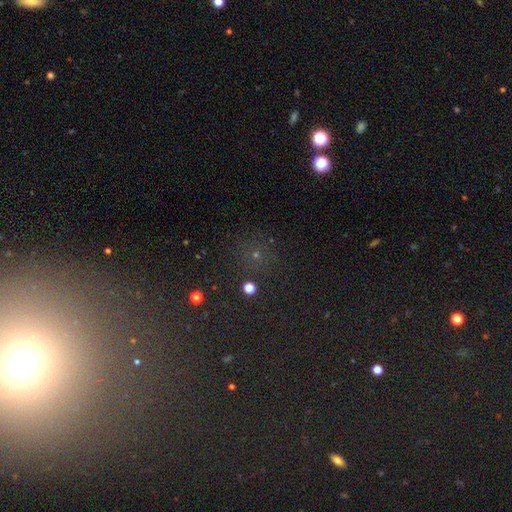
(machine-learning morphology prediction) Smooth or featured? Predicted: star or artifact (p=0.48).